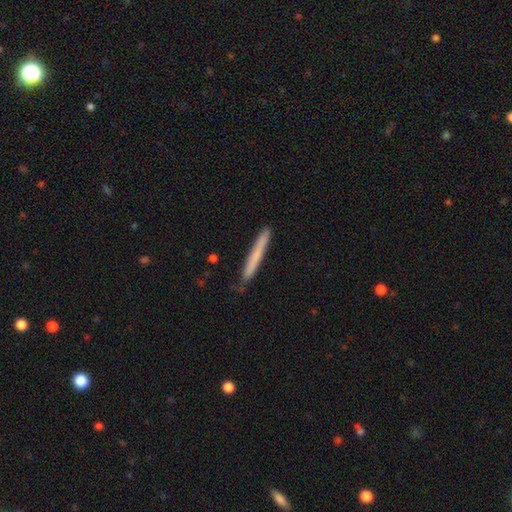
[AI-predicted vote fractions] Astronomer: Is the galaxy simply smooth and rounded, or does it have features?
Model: smooth — 69%.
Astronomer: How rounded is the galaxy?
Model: cigar-shaped — 97%.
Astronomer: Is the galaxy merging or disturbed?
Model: none — 82%.